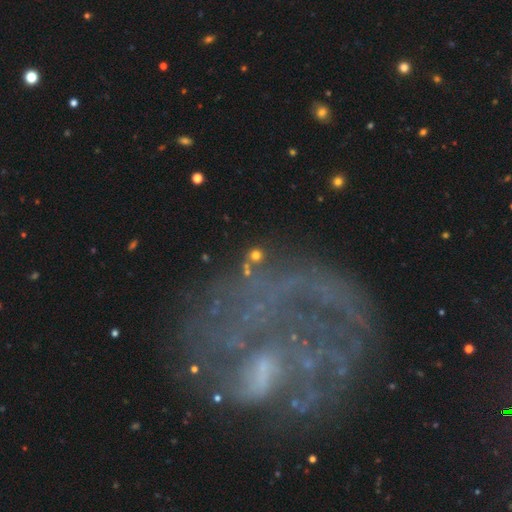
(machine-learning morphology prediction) Smooth or featured? smooth (61%)
How rounded? round (89%)
Merging? none (73%)